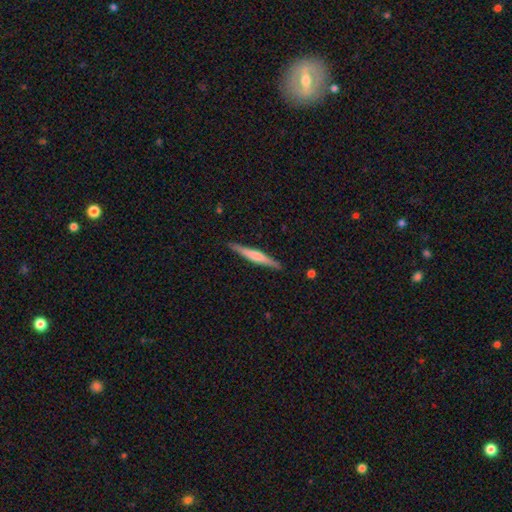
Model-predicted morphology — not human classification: This appears to be a featured or disk galaxy (54%) viewed edge-on (98%) with a rounded central bulge (47%). Merging: none (90%).